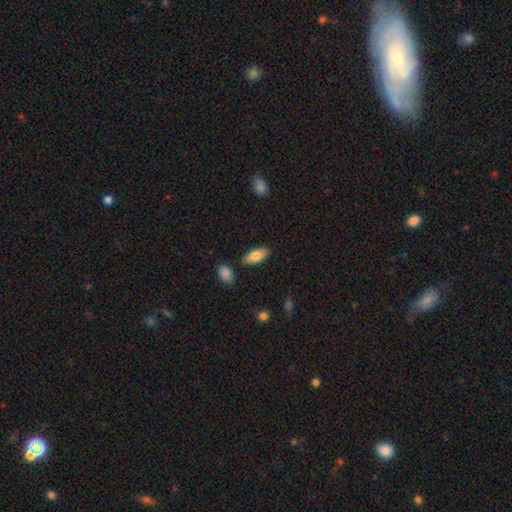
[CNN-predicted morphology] Smooth or featured? Predicted: smooth (p=0.80). How rounded? Predicted: in between (p=0.85). Merging? Predicted: none (p=0.84).